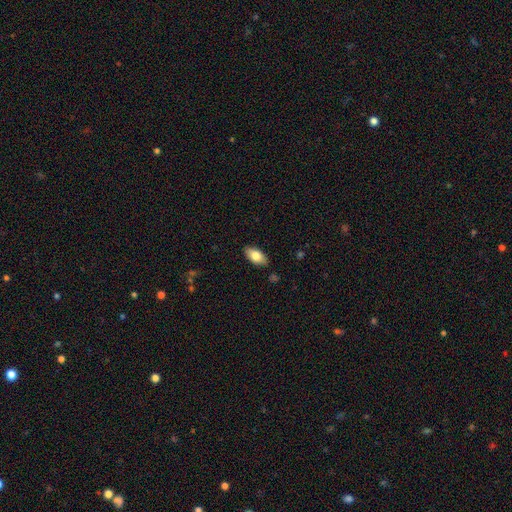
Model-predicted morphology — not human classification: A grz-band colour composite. It shows a smooth galaxy with no disk features (79%) that is in between round and cigar-shaped (92%). Merging: none (87%).